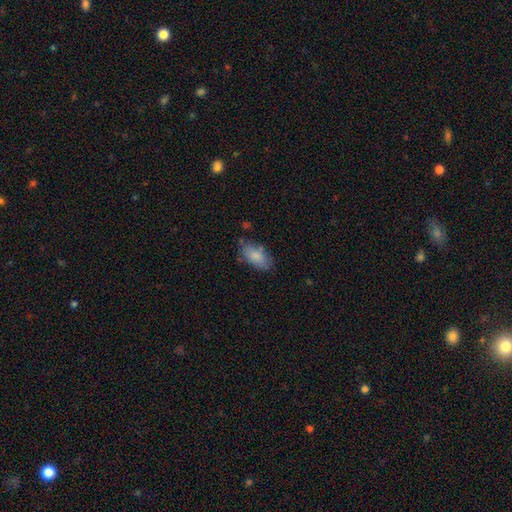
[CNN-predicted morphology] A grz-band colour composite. It shows a smooth galaxy with no disk features (84%) that is in between round and cigar-shaped (92%). Merging: none (69%).